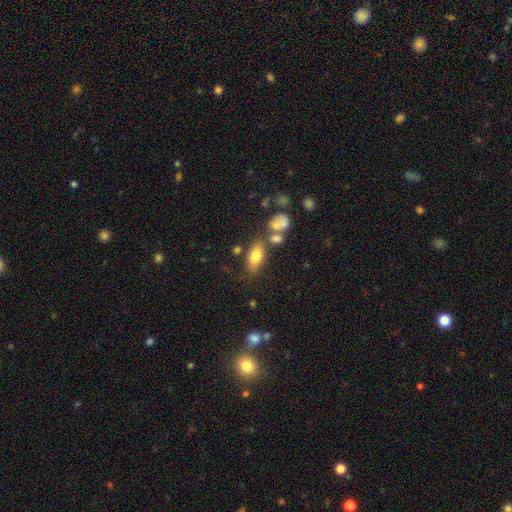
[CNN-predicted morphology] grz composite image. It shows a smooth galaxy with no disk features (77%) that is in between round and cigar-shaped (86%). Merging: none (65%).